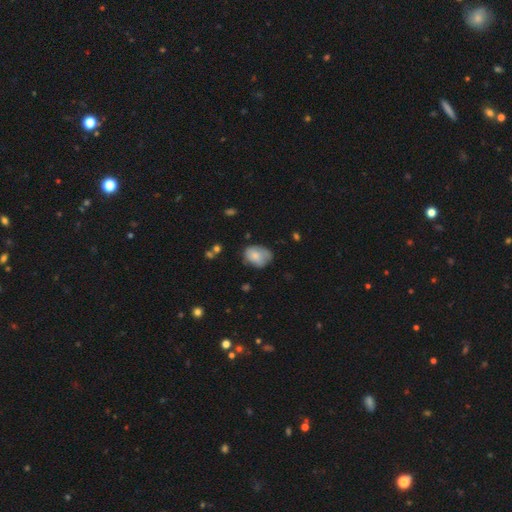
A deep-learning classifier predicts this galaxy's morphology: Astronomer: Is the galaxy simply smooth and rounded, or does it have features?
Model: smooth — 75%.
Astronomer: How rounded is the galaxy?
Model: in between — 69%.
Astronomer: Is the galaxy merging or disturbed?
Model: none — 50% (runner-up: minor disturbance, 36%).